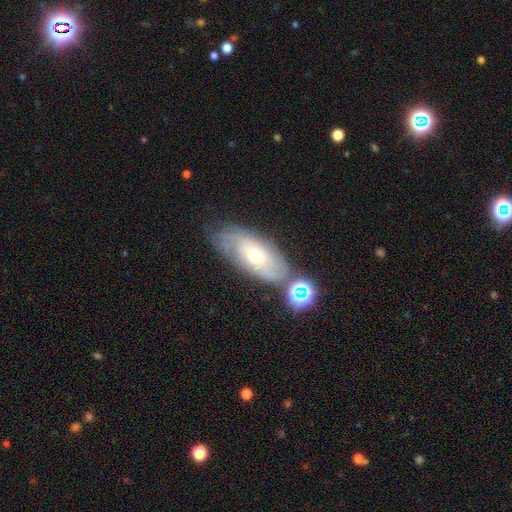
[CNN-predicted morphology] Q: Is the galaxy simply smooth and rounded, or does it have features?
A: featured or disk — 61%.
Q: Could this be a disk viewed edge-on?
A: no — 87%.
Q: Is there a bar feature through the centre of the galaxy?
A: no — 72%.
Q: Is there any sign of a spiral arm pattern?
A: yes — 78%.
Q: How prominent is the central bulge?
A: moderate — 59%.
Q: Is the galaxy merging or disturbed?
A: none — 64%.